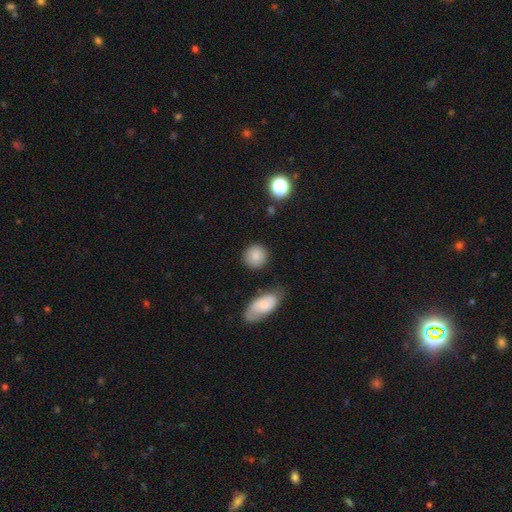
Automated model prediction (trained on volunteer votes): A smooth galaxy with no disk features (84%) that is round (85%).

Vote fractions:
- Smooth or featured? smooth: 84% / star or artifact: 8% / featured or disk: 8%
- How rounded? round: 85% / in between: 14% / cigar-shaped: 1%
- Merging? none: 83% / minor disturbance: 9% / merger: 4% / major disturbance: 3%